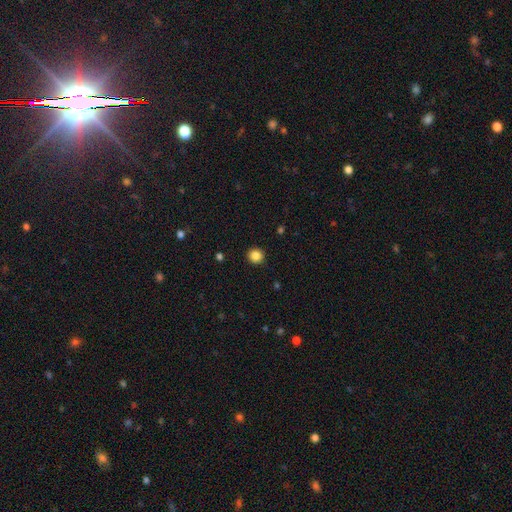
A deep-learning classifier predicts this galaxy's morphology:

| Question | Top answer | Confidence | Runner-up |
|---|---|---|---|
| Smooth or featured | smooth | 86% | star or artifact (11%) |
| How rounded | round | 92% | in between (7%) |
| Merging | none | 92% | minor disturbance (5%) |